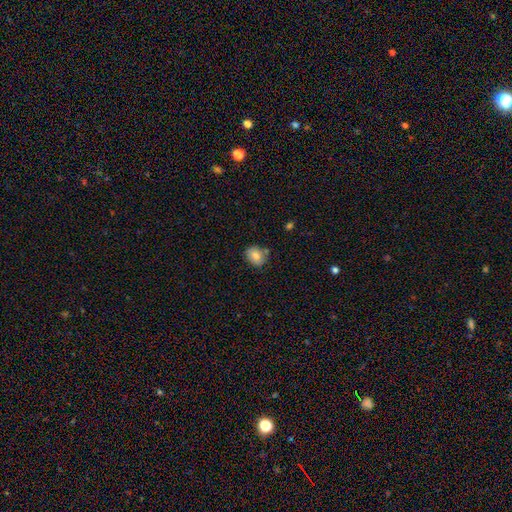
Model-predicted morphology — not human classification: The model was most divided on "how rounded": in between: 50%, round: 49%, cigar-shaped: 1%. More confident: smooth or featured — smooth (81%); merging — none (71%).